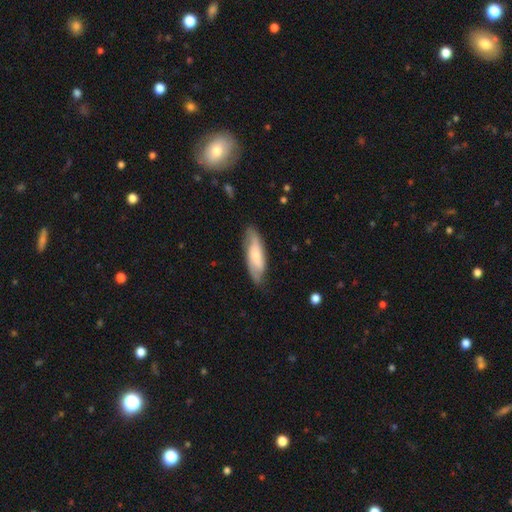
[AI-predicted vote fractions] Smooth or featured: featured or disk — 49% (smooth — 45%)
Merging: none — 74% (minor disturbance — 20%)